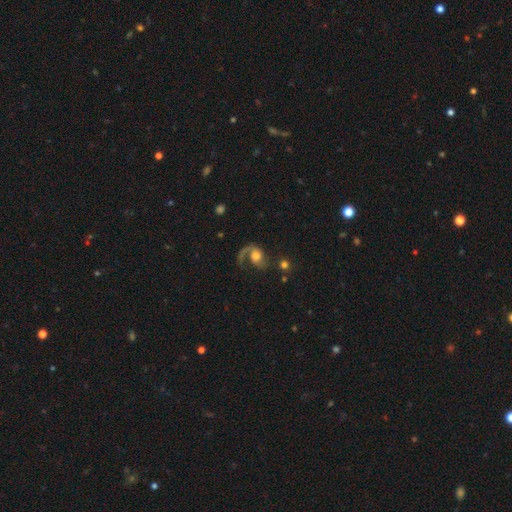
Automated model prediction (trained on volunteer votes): A featured or disk galaxy (71%) with no bar (68%), 1 (63%) loose (57%) spiral arms (92%) and a moderate central bulge (45%).

Vote fractions:
- Smooth or featured? featured or disk: 71% / smooth: 21% / star or artifact: 8%
- Edge-on disk? no: 97% / yes: 3%
- Bar? no: 68% / weak: 26% / strong: 6%
- Spiral arms? yes: 92% / no: 8%
- Spiral winding? loose: 57% / medium: 33% / tight: 10%
- Spiral arm count? 1: 63% / 2: 32% / can't tell: 3% / 3: 1% / 4: 1% / more than 4: 1%
- Bulge size? moderate: 45% / large: 32% / small: 13% / dominant: 5% / none: 5%
- Merging? none: 42% / major disturbance: 37% / minor disturbance: 15% / merger: 7%